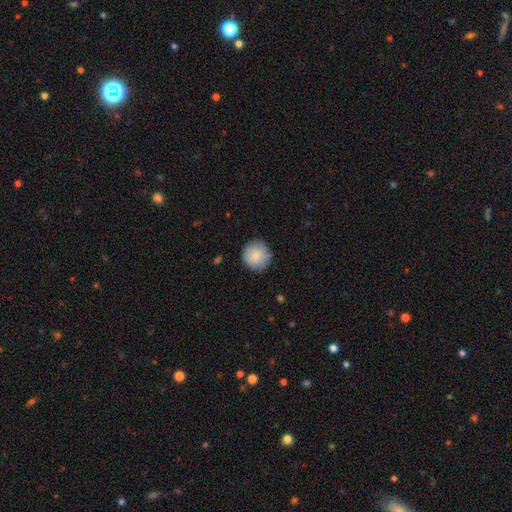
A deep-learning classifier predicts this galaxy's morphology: This is clearly a smooth galaxy (83%). How rounded: clearly round (95%). Merging: clearly none (88%).